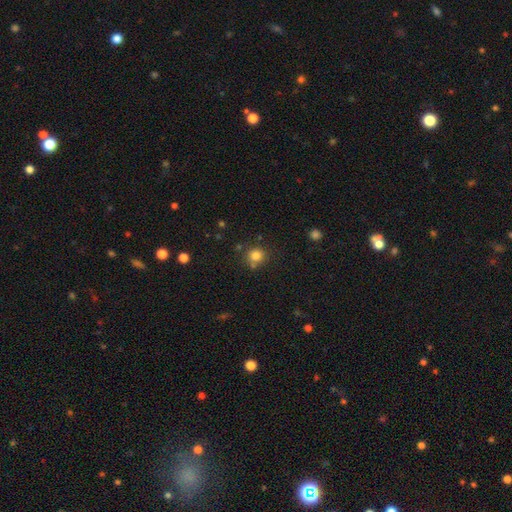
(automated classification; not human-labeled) The model was most divided on "merging": none: 73%, minor disturbance: 12%, merger: 11%, major disturbance: 4%. More confident: how rounded — round (89%); smooth or featured — smooth (81%).